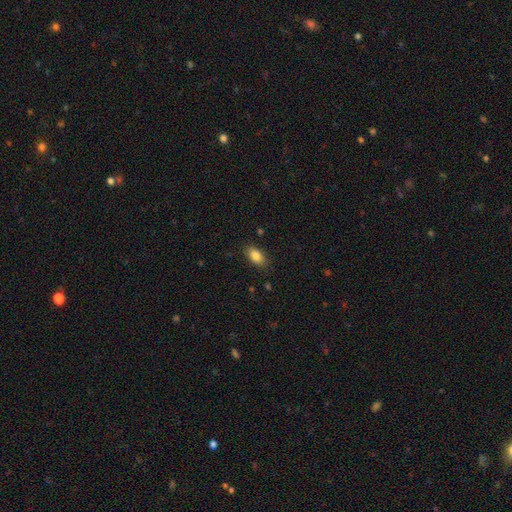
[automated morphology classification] This is clearly a smooth galaxy (86%). How rounded: clearly in between (90%). Merging: clearly none (85%).